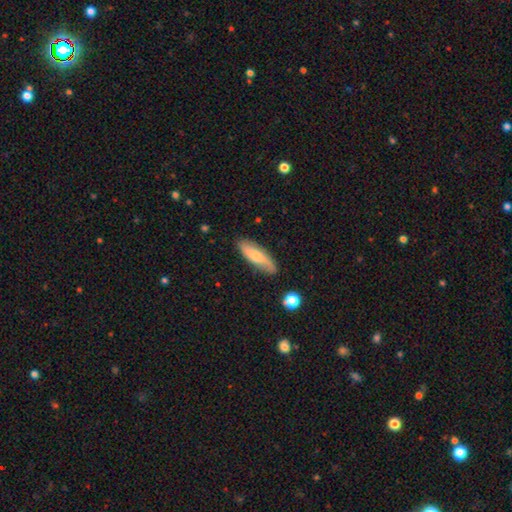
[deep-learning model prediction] Q: Smooth or featured?
A: smooth (59%); runner-up: featured or disk (34%)
Q: How rounded?
A: in between (53%); runner-up: cigar-shaped (44%)
Q: Merging?
A: none (79%); runner-up: minor disturbance (16%)